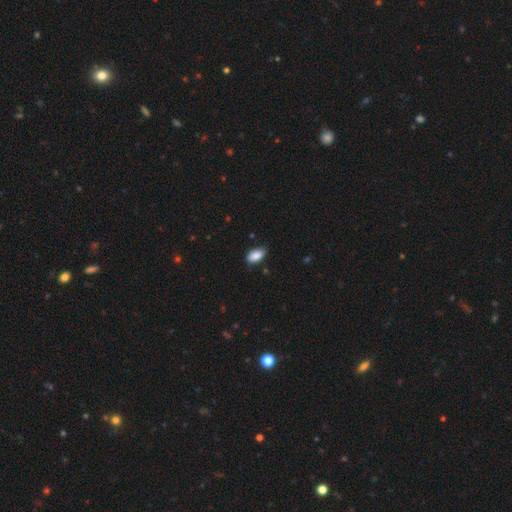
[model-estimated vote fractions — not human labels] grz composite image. It shows a smooth galaxy with no disk features (88%) that is in between round and cigar-shaped (93%). Merging: none (76%).